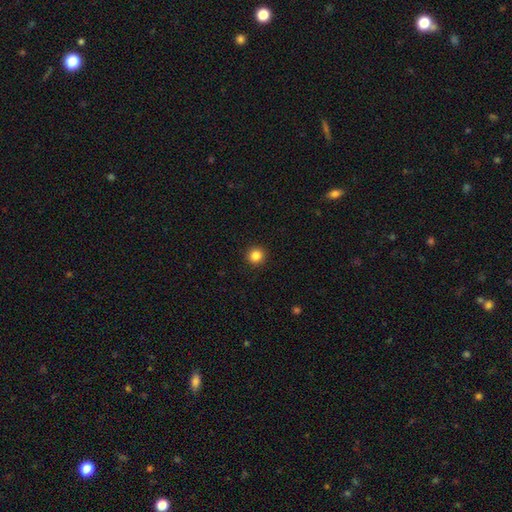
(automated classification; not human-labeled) smooth-or-featured: smooth: 85% | star or artifact: 11% | featured or disk: 4%
  how-rounded: round: 94% | in between: 5% | cigar-shaped: 1%
  merging: none: 93% | minor disturbance: 4% | major disturbance: 2% | merger: 1%